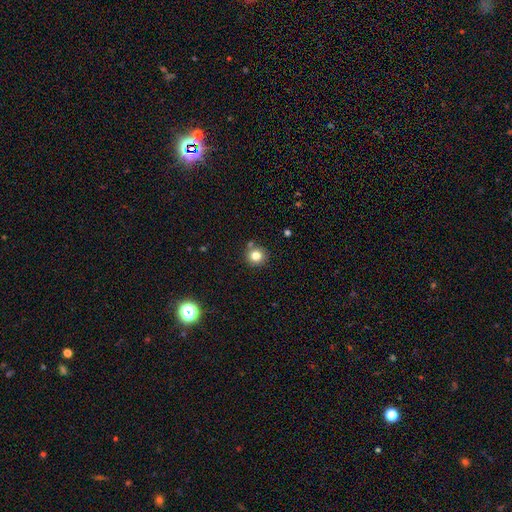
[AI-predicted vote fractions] Morphology: type=smooth (80%); roundness=round (92%); merging=none (80%).